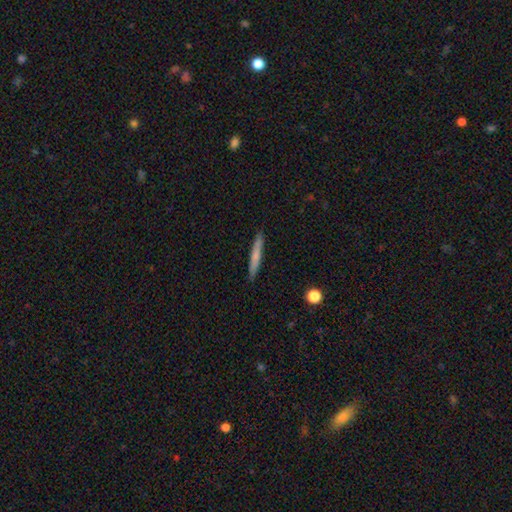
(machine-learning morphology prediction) Smooth or featured?
  - smooth: 66% *
  - featured or disk: 28%
  - star or artifact: 6%
How rounded?
  - cigar-shaped: 95% *
  - in between: 3%
  - round: 1%
Merging?
  - none: 90% *
  - minor disturbance: 8%
  - major disturbance: 2%
  - merger: 1%